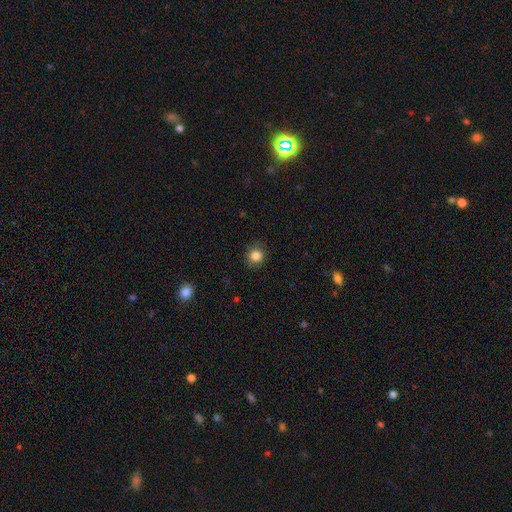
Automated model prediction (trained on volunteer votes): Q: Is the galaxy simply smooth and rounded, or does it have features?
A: smooth — 84%.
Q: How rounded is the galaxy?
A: round — 83%.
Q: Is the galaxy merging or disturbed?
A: none — 86%.